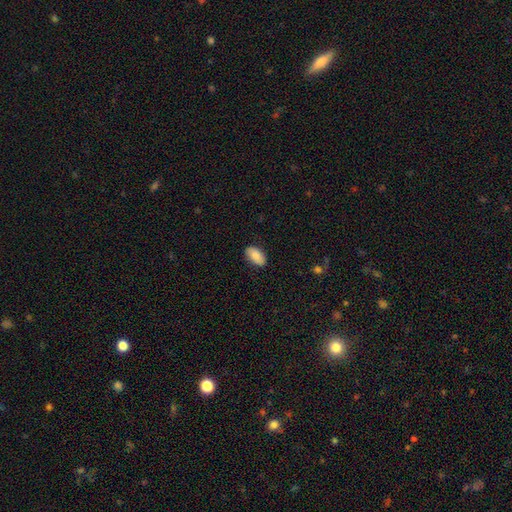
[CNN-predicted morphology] A smooth galaxy with no disk features (84%) that is in between round and cigar-shaped (94%). Merging: none (86%).